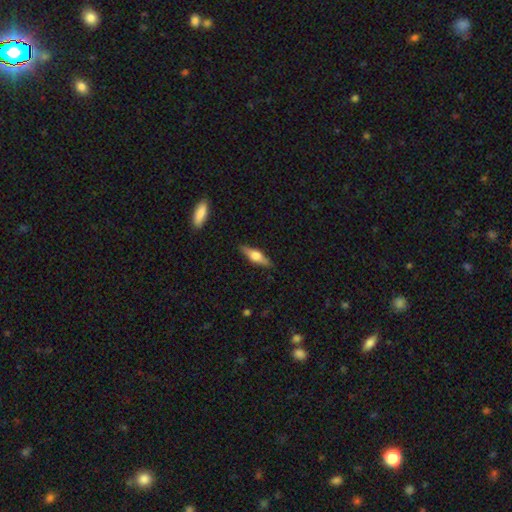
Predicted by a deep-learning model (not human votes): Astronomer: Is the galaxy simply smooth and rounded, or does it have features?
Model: featured or disk — 52% (runner-up: smooth, 42%).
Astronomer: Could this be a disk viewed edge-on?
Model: yes — 93%.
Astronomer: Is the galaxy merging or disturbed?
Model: none — 87%.